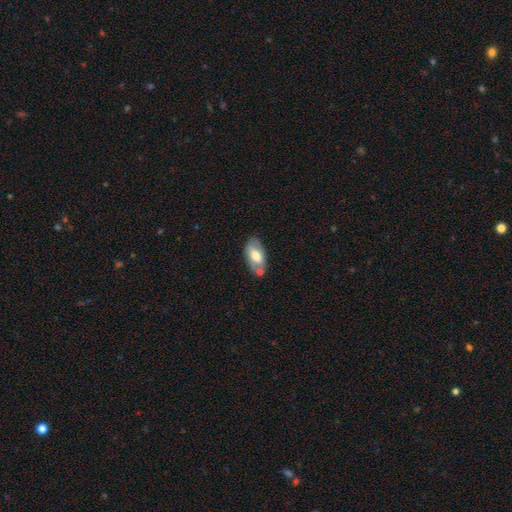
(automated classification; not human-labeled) Smooth or featured?
  - smooth: 55% *
  - featured or disk: 39%
  - star or artifact: 6%
How rounded?
  - in between: 92% *
  - cigar-shaped: 5%
  - round: 3%
Merging?
  - none: 57% *
  - minor disturbance: 22%
  - merger: 15%
  - major disturbance: 6%